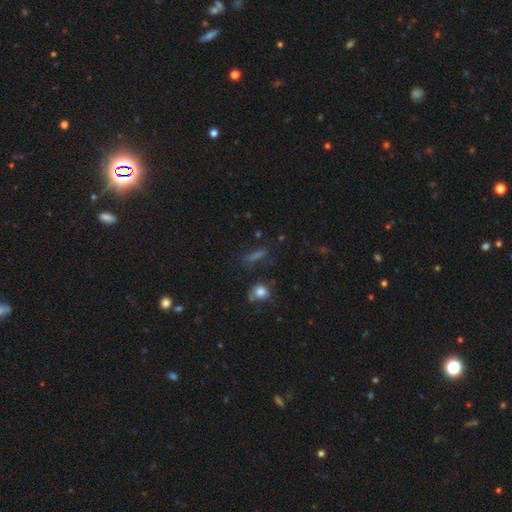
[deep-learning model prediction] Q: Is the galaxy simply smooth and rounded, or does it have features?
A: smooth — 52%.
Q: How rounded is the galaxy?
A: cigar-shaped — 54%.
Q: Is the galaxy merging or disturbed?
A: none — 73%.